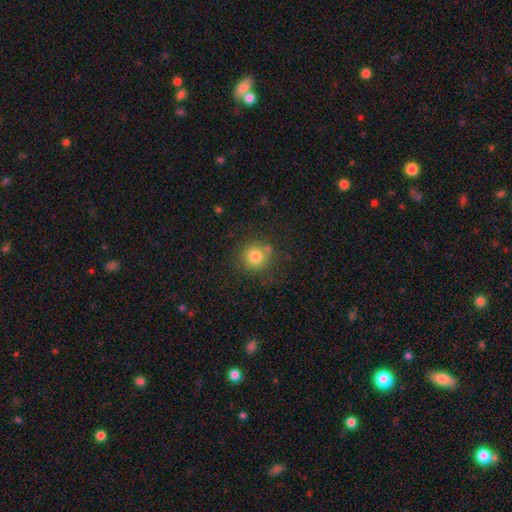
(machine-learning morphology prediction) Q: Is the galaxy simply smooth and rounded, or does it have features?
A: smooth — 80%.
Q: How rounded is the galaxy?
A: round — 92%.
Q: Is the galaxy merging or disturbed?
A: none — 77%.